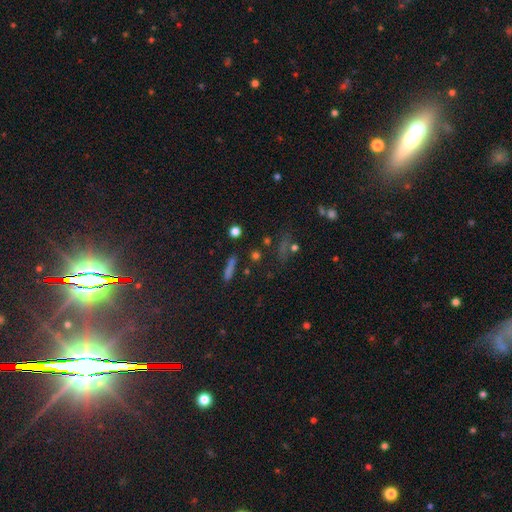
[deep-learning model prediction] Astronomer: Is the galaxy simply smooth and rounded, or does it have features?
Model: star or artifact — 43% (runner-up: smooth, 37%).